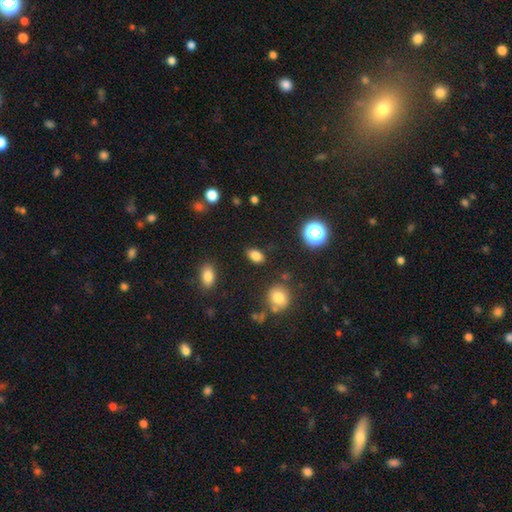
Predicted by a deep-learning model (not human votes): Morphology: type=smooth (82%); roundness=in between (84%); merging=none (83%).